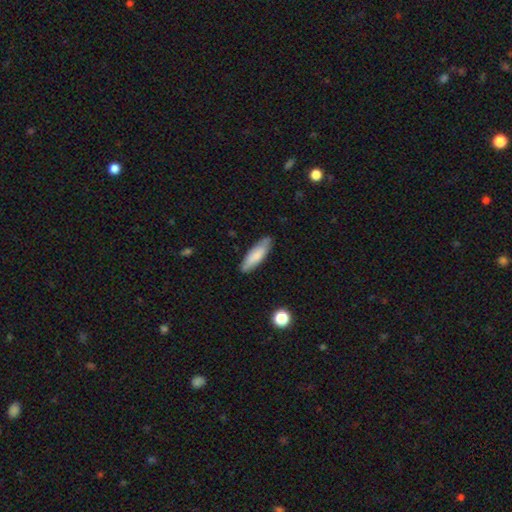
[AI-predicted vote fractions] Overall: smooth (80%). How rounded: cigar-shaped (52%; in between 46%). Merging: none (85%).